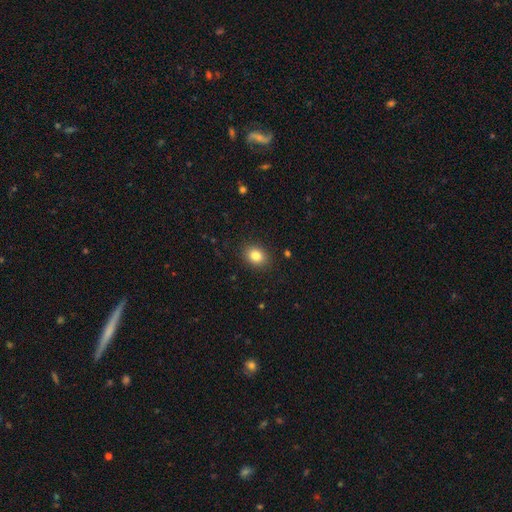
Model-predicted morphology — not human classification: smooth-or-featured: smooth: 84% | star or artifact: 10% | featured or disk: 6%
  how-rounded: in between: 59% | round: 40% | cigar-shaped: 1%
  merging: none: 88% | minor disturbance: 8% | major disturbance: 2% | merger: 1%